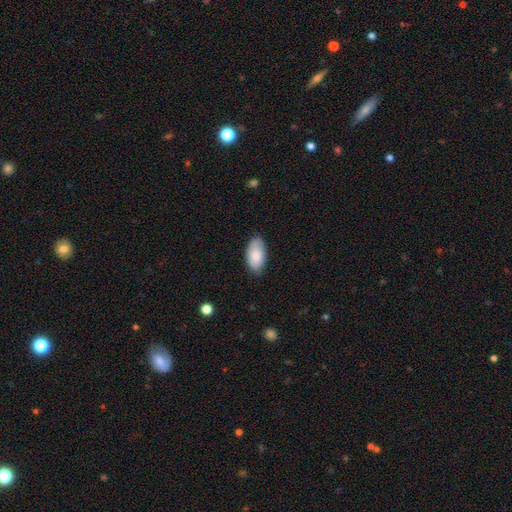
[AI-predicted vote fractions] smooth-or-featured: smooth: 84% | featured or disk: 10% | star or artifact: 6%
  how-rounded: in between: 95% | round: 3% | cigar-shaped: 2%
  merging: none: 79% | minor disturbance: 17% | major disturbance: 3% | merger: 1%